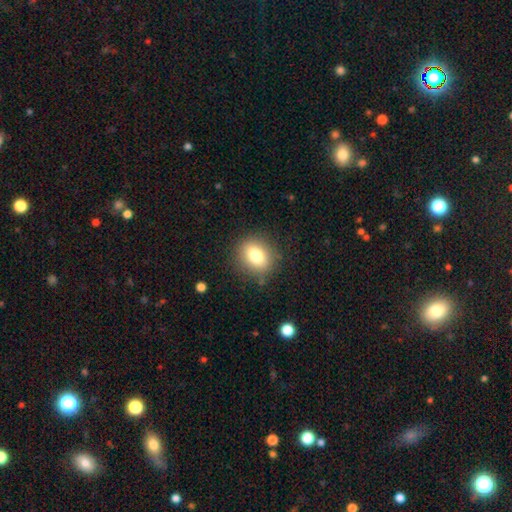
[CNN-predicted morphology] The model was most divided on "how rounded": round: 60%, in between: 39%, cigar-shaped: 1%. More confident: merging — none (85%); smooth or featured — smooth (78%).